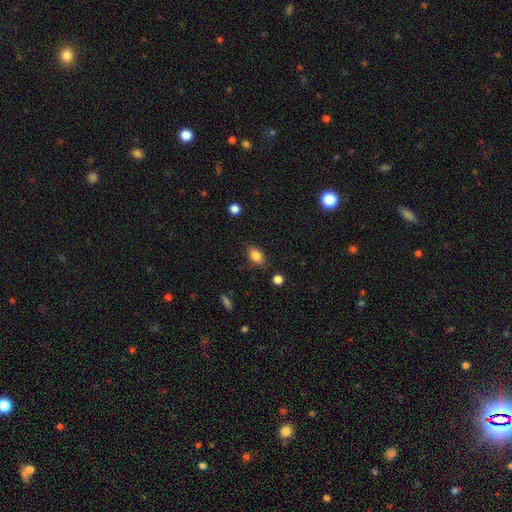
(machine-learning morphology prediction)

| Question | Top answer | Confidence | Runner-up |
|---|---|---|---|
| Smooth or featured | smooth | 83% | star or artifact (9%) |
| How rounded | in between | 85% | round (11%) |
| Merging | none | 82% | minor disturbance (13%) |